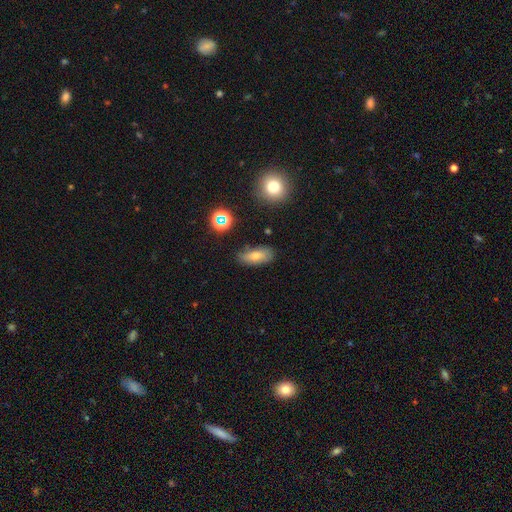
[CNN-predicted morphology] Overall: smooth (70%). How rounded: in between (83%). Merging: none (69%).